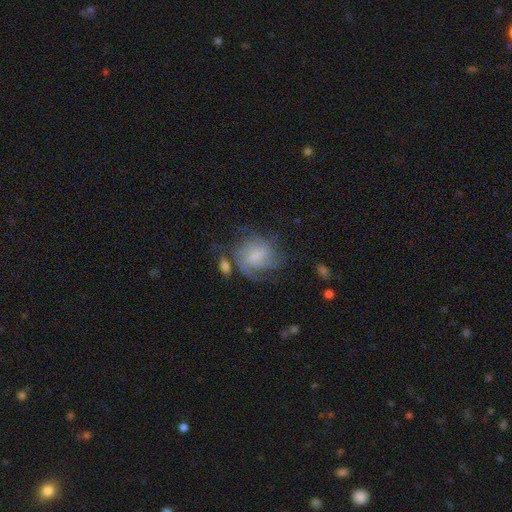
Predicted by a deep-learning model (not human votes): A featured or disk galaxy (72%) with a weak bar (49%), tight (43%) spiral arms (90%) and a small central bulge (54%).

Vote fractions:
- Smooth or featured? featured or disk: 72% / smooth: 20% / star or artifact: 8%
- Edge-on disk? no: 98% / yes: 2%
- Bar? weak: 49% / no: 43% / strong: 8%
- Spiral arms? yes: 90% / no: 10%
- Spiral winding? tight: 43% / medium: 39% / loose: 17%
- Spiral arm count? can't tell: 38% / 3: 23% / 2: 16% / 4: 12% / 1: 6% / more than 4: 5%
- Bulge size? small: 54% / moderate: 24% / none: 18% / large: 3% / dominant: 1%
- Merging? none: 52% / minor disturbance: 21% / major disturbance: 20% / merger: 7%